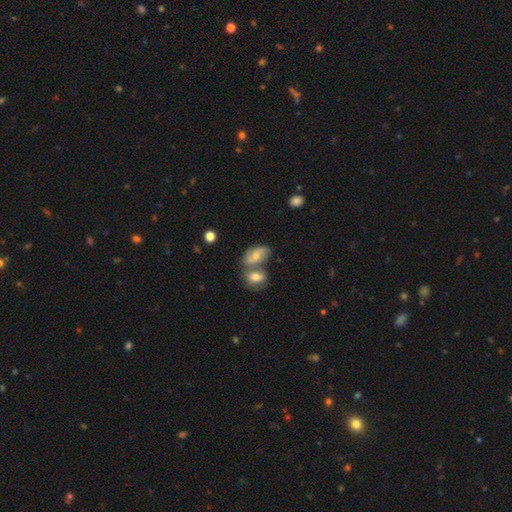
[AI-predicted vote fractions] The model was most divided on "merging": merger: 43%, none: 37%, minor disturbance: 14%, major disturbance: 6%. Remaining: smooth or featured — smooth (49%).